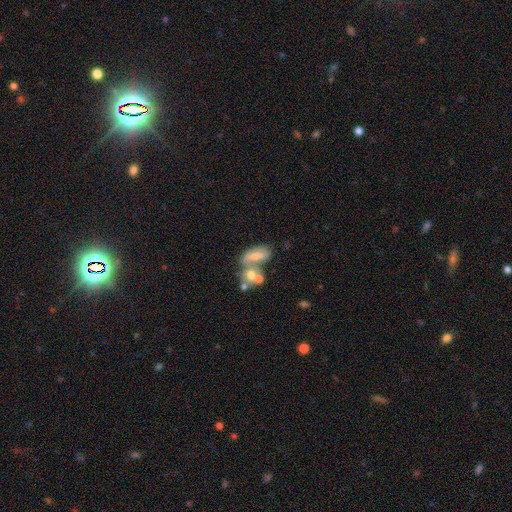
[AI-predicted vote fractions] A smooth galaxy with no disk features (53%) that is in between round and cigar-shaped (77%). Merging: merger (51%).